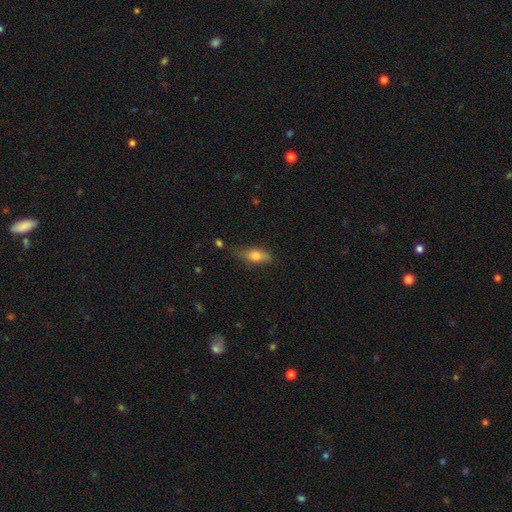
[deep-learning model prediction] This appears to be a smooth galaxy with no disk features (78%) that is in between round and cigar-shaped (81%). Merging: none (68%).